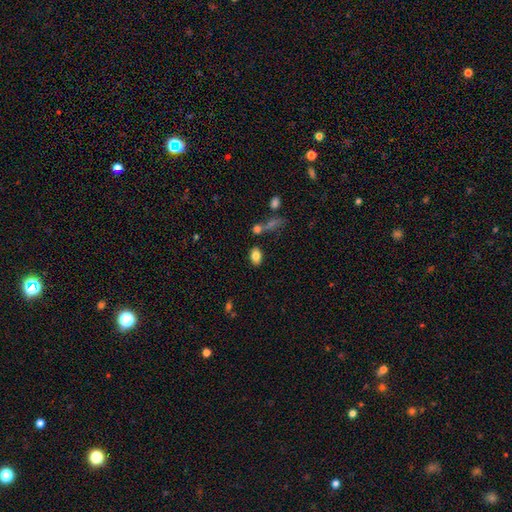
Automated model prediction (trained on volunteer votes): smooth_or_featured: smooth (p=0.82) [alt: featured or disk p=0.09]
how_rounded: in between (p=0.88) [alt: round p=0.10]
merging: none (p=0.78) [alt: minor disturbance p=0.11]